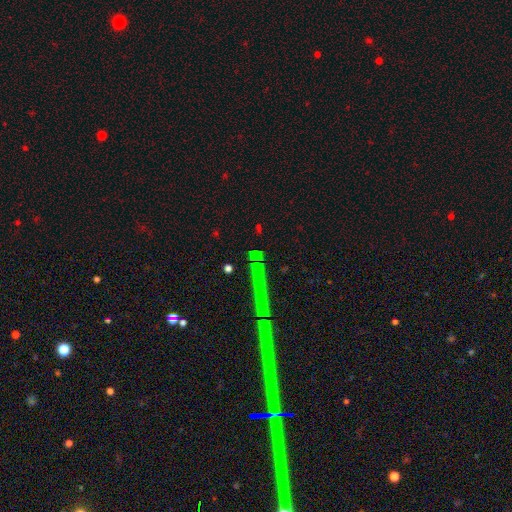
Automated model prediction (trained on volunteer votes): A star or artifact, not a galaxy (71%).

Vote fractions:
- Smooth or featured? star or artifact: 71% / featured or disk: 16% / smooth: 13%